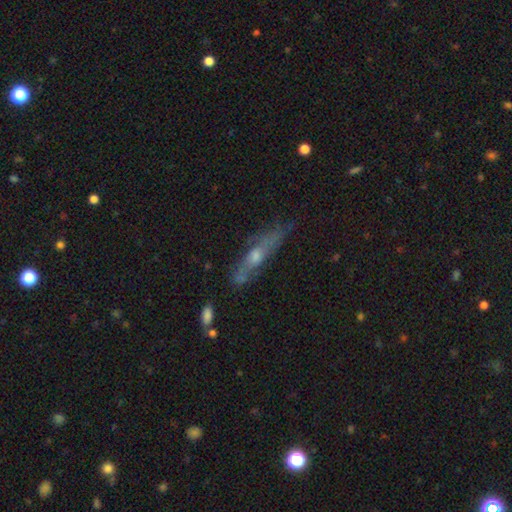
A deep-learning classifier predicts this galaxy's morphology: This appears to be a featured or disk galaxy (57%) viewed edge-on (73%). Merging: none (72%).